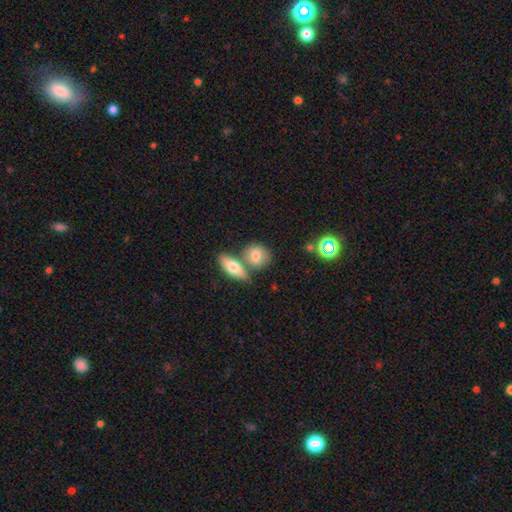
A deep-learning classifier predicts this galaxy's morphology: smooth_or_featured: smooth (p=0.76) [alt: featured or disk p=0.16]
how_rounded: round (p=0.52) [alt: in between p=0.43]
merging: none (p=0.56) [alt: merger p=0.31]